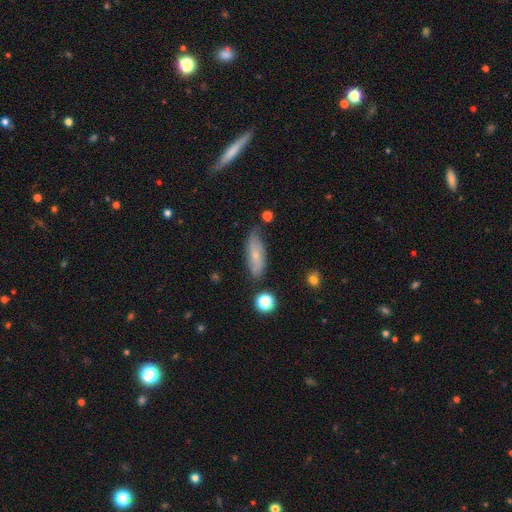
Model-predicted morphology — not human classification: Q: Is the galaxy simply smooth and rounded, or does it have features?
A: smooth — 61%.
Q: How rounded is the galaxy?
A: in between — 63%.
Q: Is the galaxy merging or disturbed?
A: none — 69%.